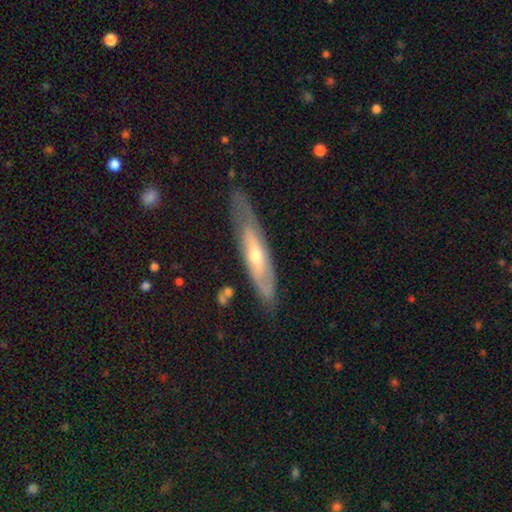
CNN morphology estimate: The model was most divided on "edge-on disk" (2-way tie): no: 50%, yes: 50%. More confident: merging — none (74%); smooth or featured — featured or disk (71%).